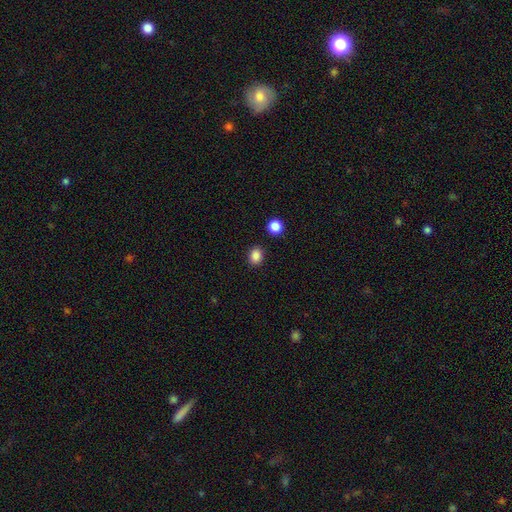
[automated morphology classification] A smooth galaxy with no disk features (86%) that is round (58%).

Vote fractions:
- Smooth or featured? smooth: 86% / star or artifact: 11% / featured or disk: 3%
- How rounded? round: 58% / in between: 41% / cigar-shaped: 1%
- Merging? none: 88% / minor disturbance: 7% / merger: 3% / major disturbance: 2%